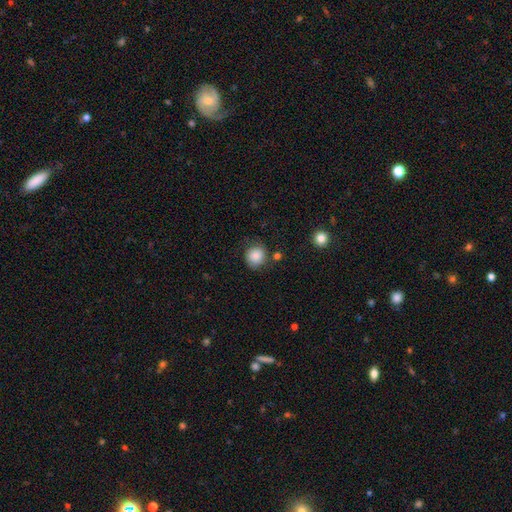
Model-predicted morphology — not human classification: Smooth or featured? smooth (85%)
How rounded? round (84%)
Merging? none (75%)